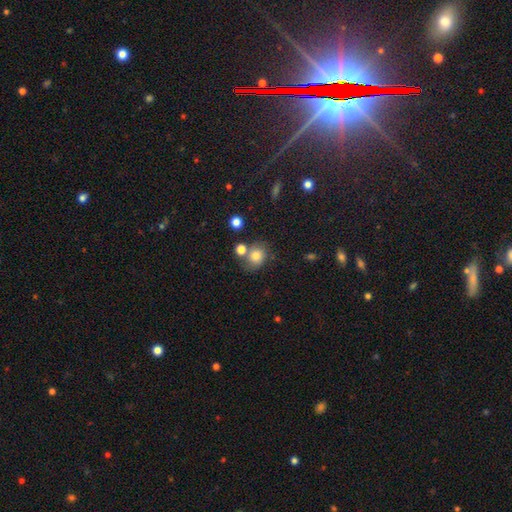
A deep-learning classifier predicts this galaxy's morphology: Smooth or featured? smooth (78%)
How rounded? round (67%)
Merging? none (59%)